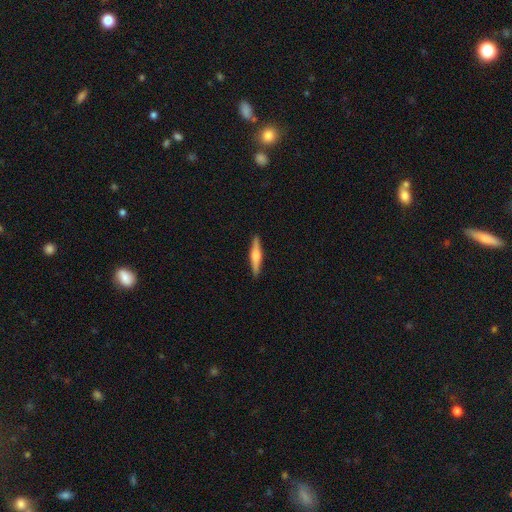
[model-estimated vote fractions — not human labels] smooth-or-featured: featured or disk: 57% | smooth: 38% | star or artifact: 6%
  disk-edge-on: yes: 97% | no: 3%
    edge-on-bulge: rounded: 84% | boxy: 11% | none: 5%
  merging: none: 92% | minor disturbance: 6% | major disturbance: 1% | merger: 1%